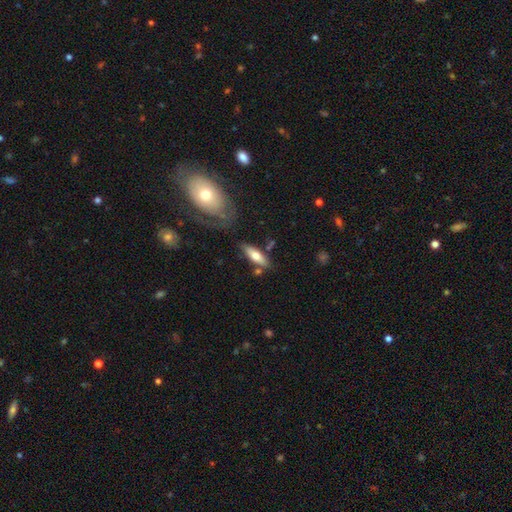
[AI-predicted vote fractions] Overall: smooth (64%; featured or disk 30%). How rounded: in between (56%; cigar-shaped 41%). Merging: none (71%).